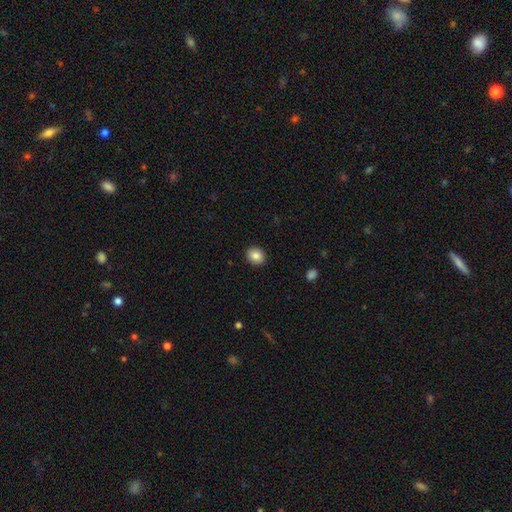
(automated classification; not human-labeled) Smooth or featured? Predicted: smooth (p=0.85). How rounded? Predicted: round (p=0.72). Merging? Predicted: none (p=0.91).